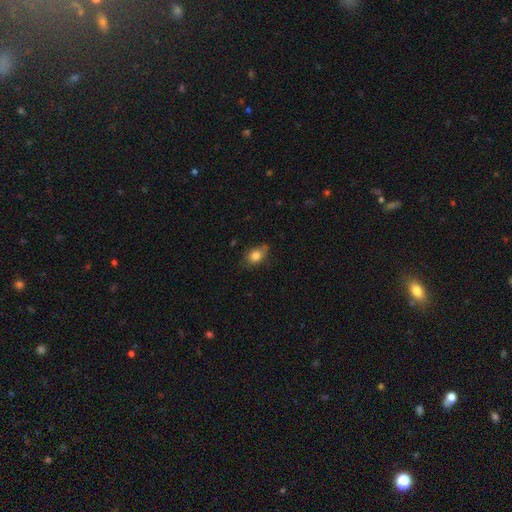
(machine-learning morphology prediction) smooth 81%, featured or disk 11%, star or artifact 9%. Down the decision tree: how rounded — in between (72%); merging — none (61%).